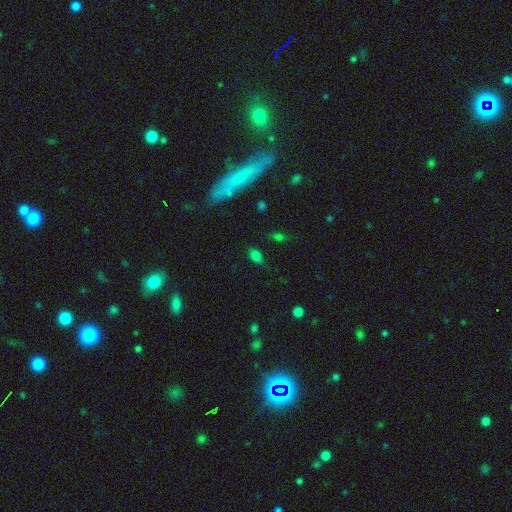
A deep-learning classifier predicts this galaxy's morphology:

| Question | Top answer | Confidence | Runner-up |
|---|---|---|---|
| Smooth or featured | smooth | 76% | star or artifact (17%) |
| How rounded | in between | 85% | round (12%) |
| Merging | none | 77% | minor disturbance (15%) |